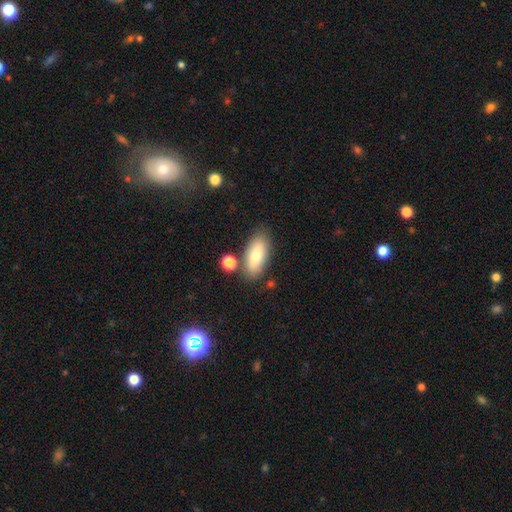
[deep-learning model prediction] The model was most divided on "smooth or featured": smooth: 72%, featured or disk: 20%, star or artifact: 7%. More confident: how rounded — in between (86%); merging — none (75%).